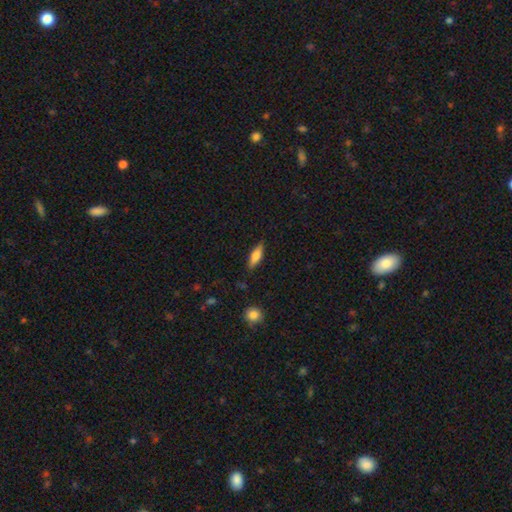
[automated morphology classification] This appears to be a smooth galaxy with no disk features (67%) that is in between round and cigar-shaped (53%). Merging: none (85%).